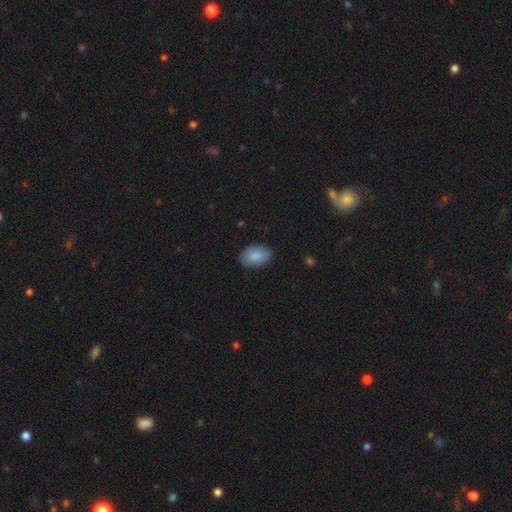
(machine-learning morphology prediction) A smooth galaxy with no disk features (86%) that is in between round and cigar-shaped (88%). Merging: none (83%).